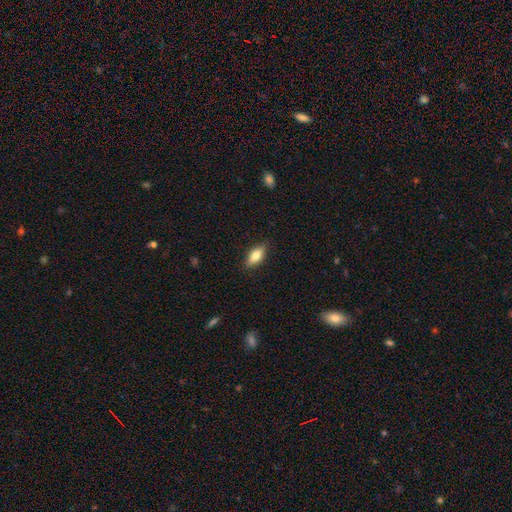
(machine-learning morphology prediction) Smooth or featured? smooth (76%)
How rounded? in between (80%)
Merging? none (86%)